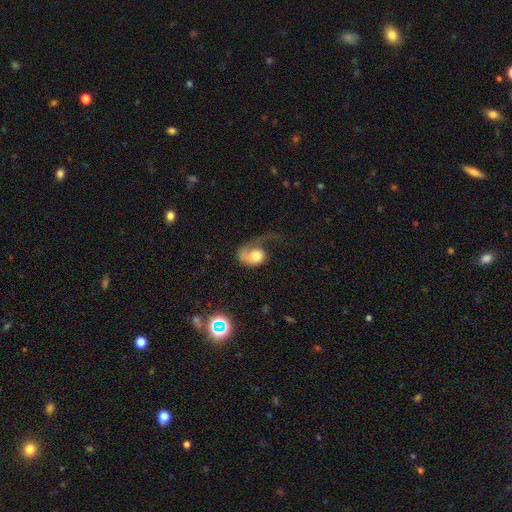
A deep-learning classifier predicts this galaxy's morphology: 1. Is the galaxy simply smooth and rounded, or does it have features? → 51% featured or disk, 41% smooth, 9% star or artifact.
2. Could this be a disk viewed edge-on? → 96% no, 4% yes.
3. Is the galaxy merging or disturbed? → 62% major disturbance, 19% none, 14% minor disturbance, 5% merger.